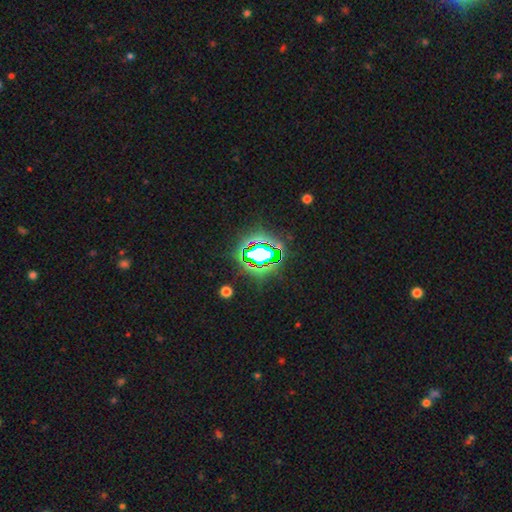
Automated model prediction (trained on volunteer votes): A star or artifact, not a galaxy (71%).